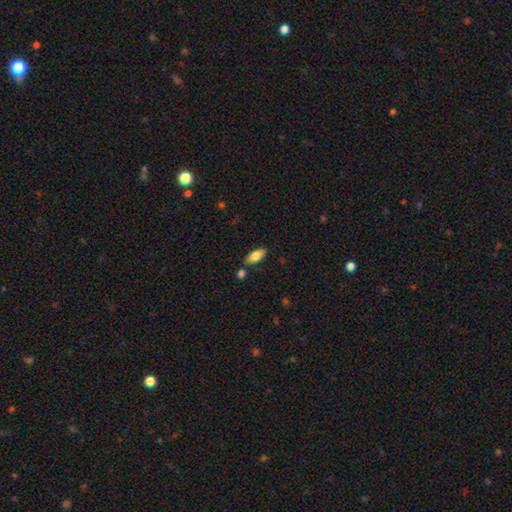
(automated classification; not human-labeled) Smooth or featured? Predicted: smooth (p=0.79). How rounded? Predicted: in between (p=0.83). Merging? Predicted: none (p=0.78).